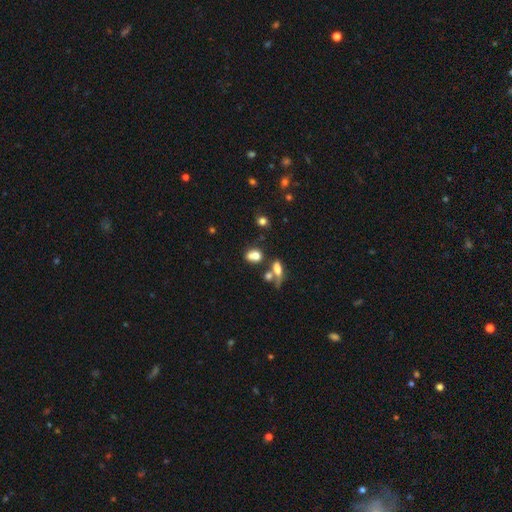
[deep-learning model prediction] Morphology: type=smooth (72%); roundness=in between (59%); merging=none (39%, tied with merger).